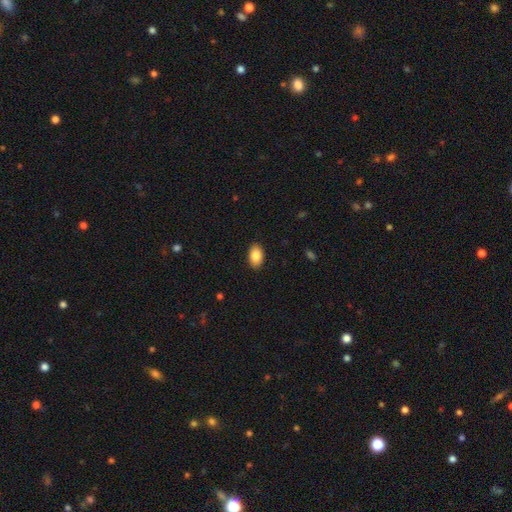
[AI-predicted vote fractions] smooth_or_featured: smooth (p=0.86) [alt: star or artifact p=0.07]
how_rounded: in between (p=0.91) [alt: round p=0.08]
merging: none (p=0.89) [alt: minor disturbance p=0.08]